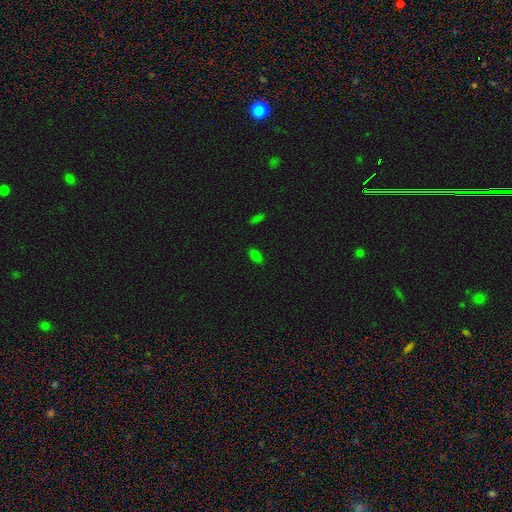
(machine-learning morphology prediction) smooth 77%, star or artifact 17%, featured or disk 6%. Down the decision tree: how rounded — in between (88%); merging — none (86%).